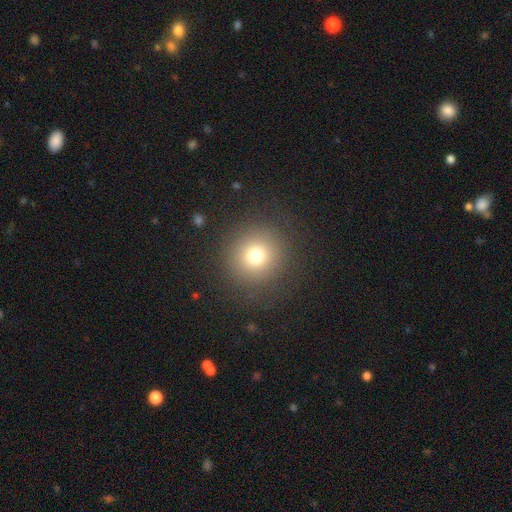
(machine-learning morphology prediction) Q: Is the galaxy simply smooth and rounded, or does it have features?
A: smooth — 73%.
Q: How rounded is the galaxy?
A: round — 94%.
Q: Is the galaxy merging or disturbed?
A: none — 87%.